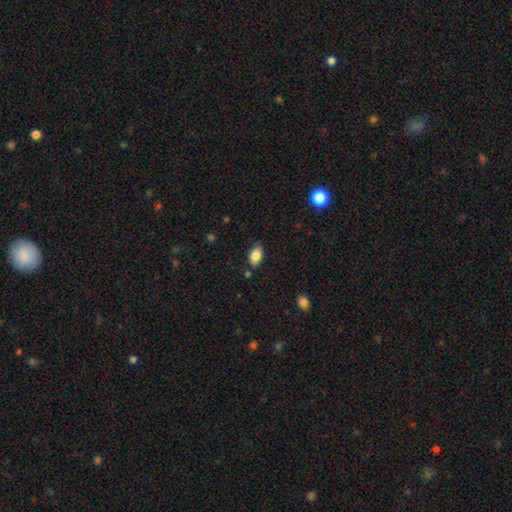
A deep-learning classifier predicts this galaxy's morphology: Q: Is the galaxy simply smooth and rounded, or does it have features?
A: smooth — 83%.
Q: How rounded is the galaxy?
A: in between — 89%.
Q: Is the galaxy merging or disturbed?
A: none — 79%.